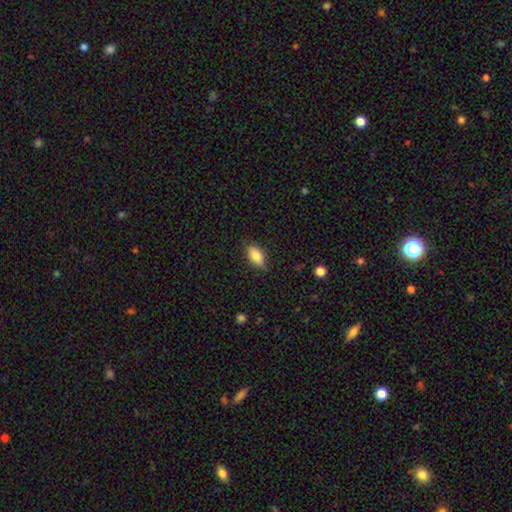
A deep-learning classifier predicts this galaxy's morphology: A smooth galaxy with no disk features (81%) that is in between round and cigar-shaped (88%). Merging: none (79%).